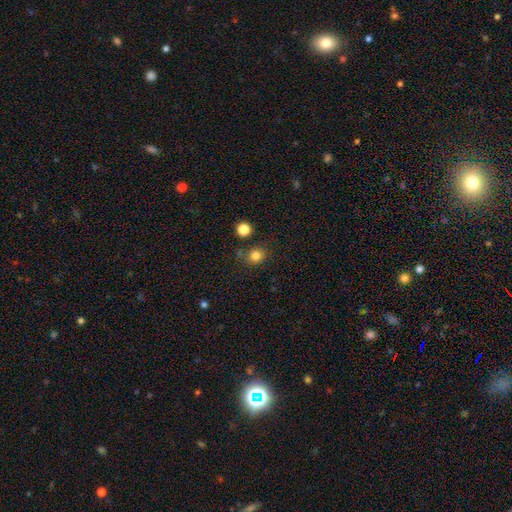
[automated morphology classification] smooth_or_featured: smooth (p=0.82) [alt: star or artifact p=0.13]
how_rounded: round (p=0.84) [alt: in between p=0.15]
merging: none (p=0.78) [alt: minor disturbance p=0.11]